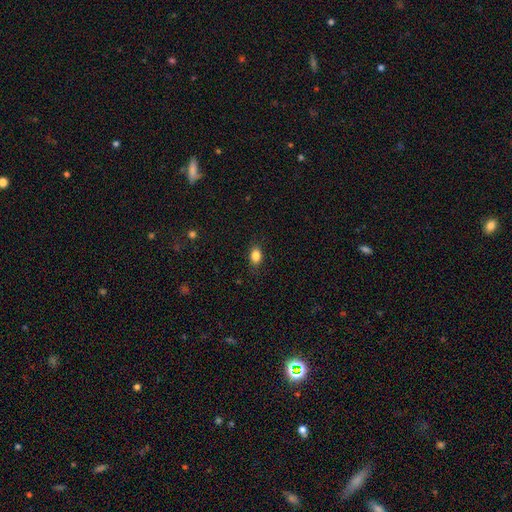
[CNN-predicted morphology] Q: Smooth or featured?
A: smooth (85%); runner-up: star or artifact (9%)
Q: How rounded?
A: in between (76%); runner-up: round (22%)
Q: Merging?
A: none (87%); runner-up: minor disturbance (10%)